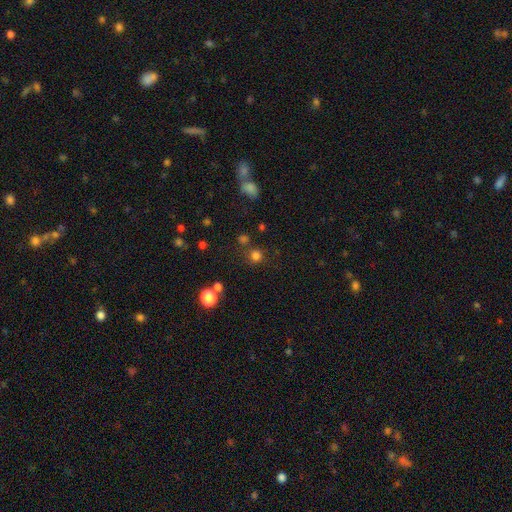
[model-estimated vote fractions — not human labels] This appears to be a smooth galaxy with no disk features (74%) that is round (90%). Merging: none (76%).